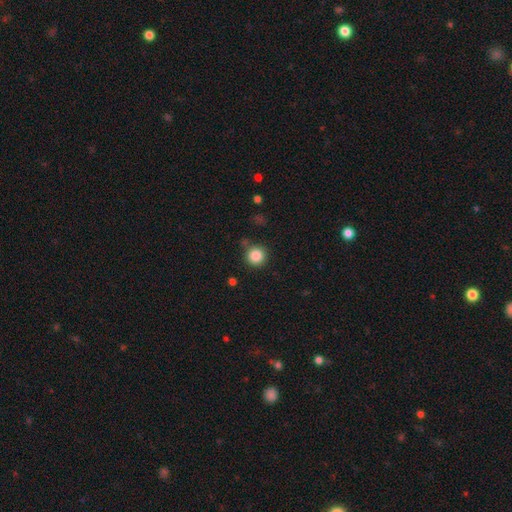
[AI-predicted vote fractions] Smooth or featured: smooth — 87% (star or artifact — 10%)
How rounded: round — 95% (in between — 4%)
Merging: none — 82% (minor disturbance — 11%)